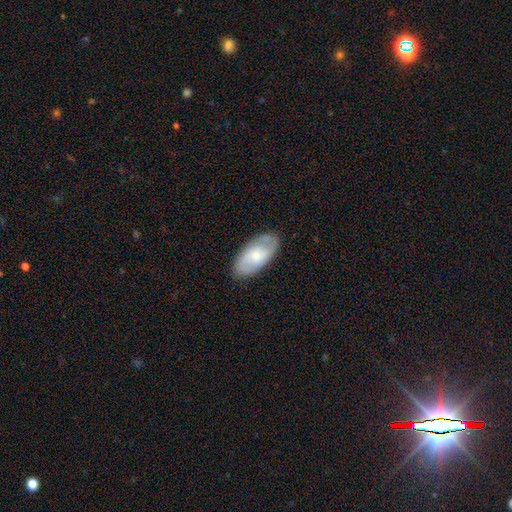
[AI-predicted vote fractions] The model was most divided on "smooth or featured": smooth: 51%, featured or disk: 43%, star or artifact: 6%. More confident: how rounded — in between (93%); merging — none (83%).